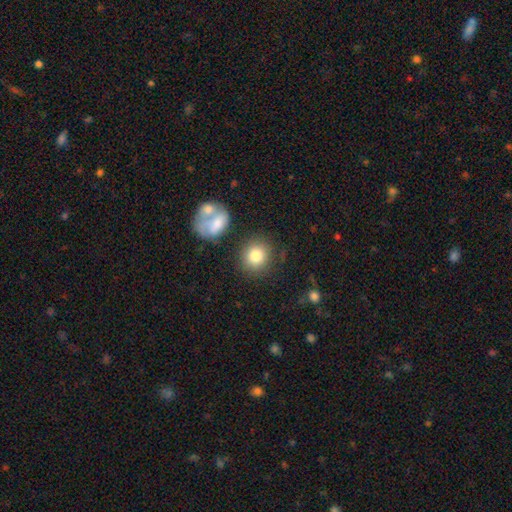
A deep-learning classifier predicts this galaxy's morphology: smooth_or_featured: smooth (p=0.82) [alt: featured or disk p=0.09]
how_rounded: round (p=0.84) [alt: in between p=0.15]
merging: none (p=0.78) [alt: minor disturbance p=0.10]